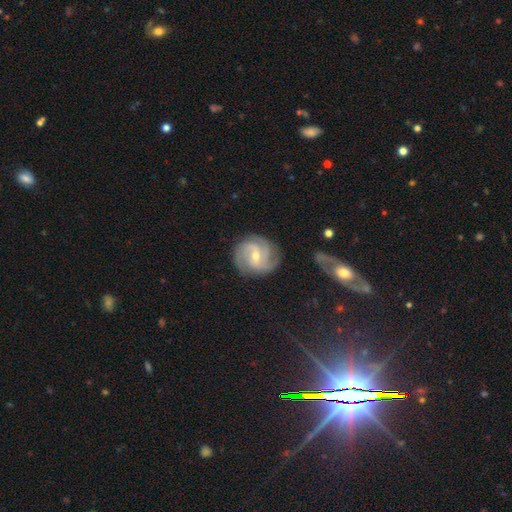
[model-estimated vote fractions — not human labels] Smooth or featured?
  - featured or disk: 85% *
  - smooth: 9%
  - star or artifact: 6%
Edge-on disk?
  - no: 97% *
  - yes: 3%
Bar?
  - weak: 48% *
  - no: 33%
  - strong: 19%
Spiral arms?
  - yes: 97% *
  - no: 3%
Spiral winding?
  - tight: 52% *
  - medium: 39%
  - loose: 9%
Spiral arm count?
  - 3: 44% *
  - 2: 22%
  - can't tell: 13%
  - 4: 11%
  - 1: 4%
  - more than 4: 4%
Bulge size?
  - small: 49% *
  - moderate: 48%
  - large: 1%
  - none: 1%
  - dominant: 1%
Merging?
  - none: 79% *
  - minor disturbance: 14%
  - major disturbance: 4%
  - merger: 2%